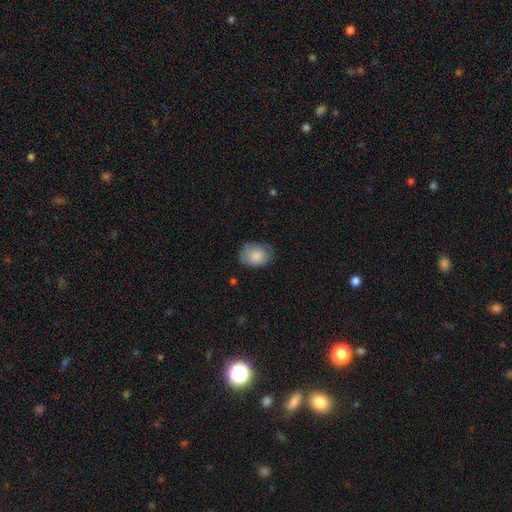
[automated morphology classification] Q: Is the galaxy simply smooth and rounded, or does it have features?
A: smooth — 82%.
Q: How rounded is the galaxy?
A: in between — 67%.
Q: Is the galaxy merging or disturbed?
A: none — 67%.